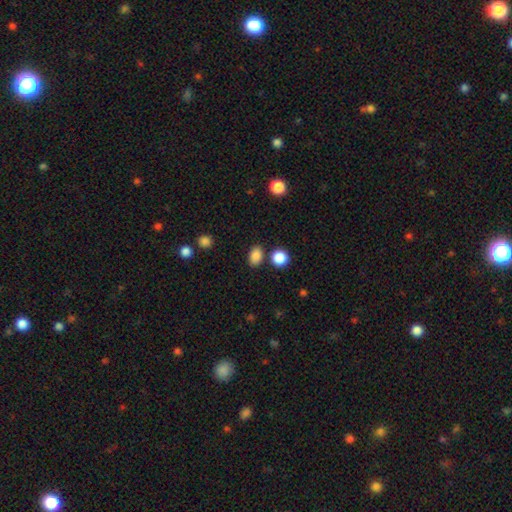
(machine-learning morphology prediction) type=smooth (85%); roundness=in between (71%); merging=none (79%).